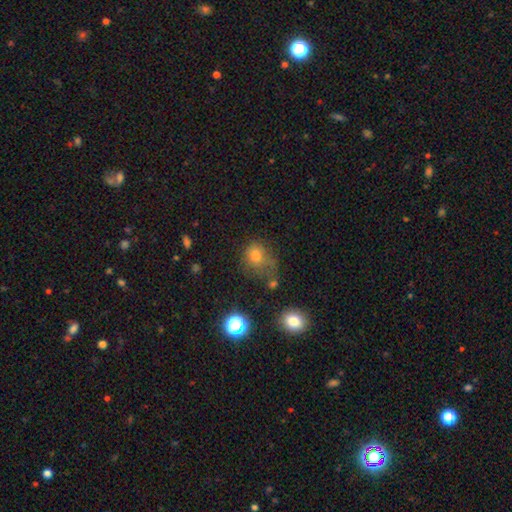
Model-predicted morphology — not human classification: Smooth or featured?
  - smooth: 72% *
  - star or artifact: 18%
  - featured or disk: 11%
How rounded?
  - round: 66% *
  - in between: 33%
  - cigar-shaped: 1%
Merging?
  - none: 44% *
  - minor disturbance: 26%
  - major disturbance: 21%
  - merger: 10%